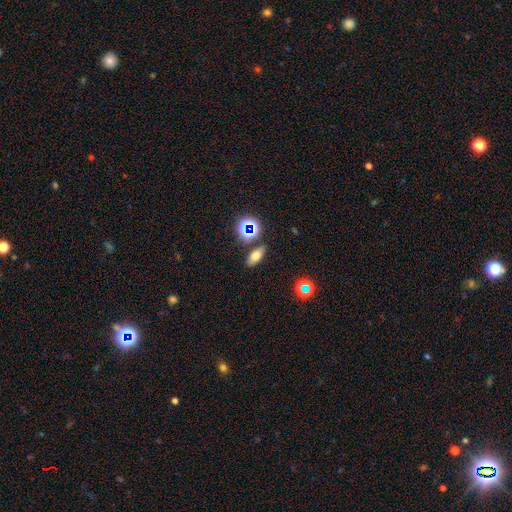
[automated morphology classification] smooth_or_featured: smooth (p=0.62) [alt: star or artifact p=0.21]
how_rounded: in between (p=0.74) [alt: cigar-shaped p=0.16]
merging: none (p=0.83) [alt: minor disturbance p=0.09]